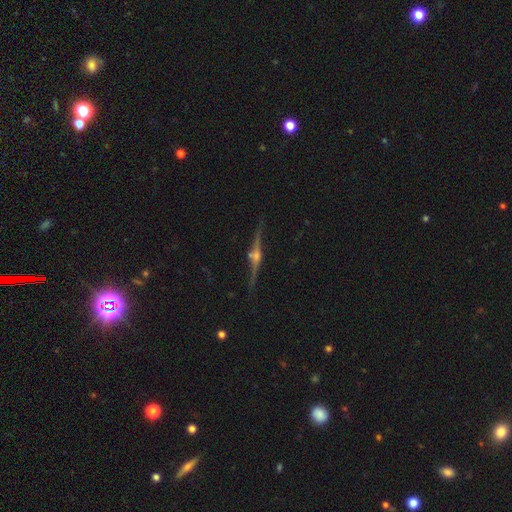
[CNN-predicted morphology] Smooth or featured? Predicted: featured or disk (p=0.83). Edge-on disk? Predicted: yes (p=0.97). Edge-on bulge? Predicted: rounded (p=0.88). Merging? Predicted: none (p=0.83).